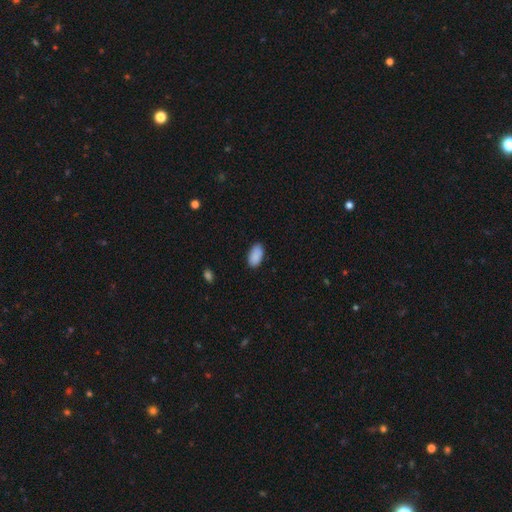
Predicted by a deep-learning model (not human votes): Morphology: type=smooth (89%); roundness=in between (95%); merging=none (83%).